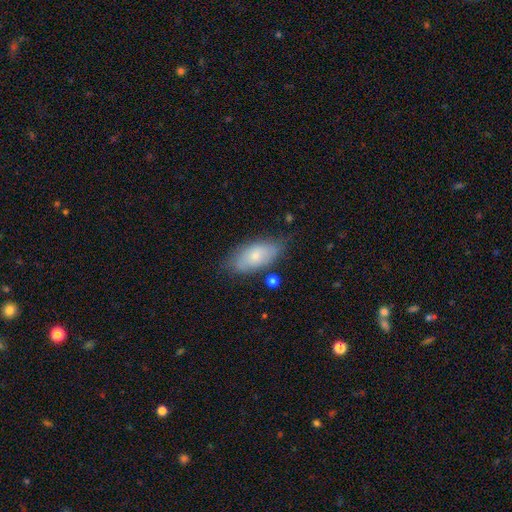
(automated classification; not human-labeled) Q: Smooth or featured?
A: smooth (73%); runner-up: featured or disk (21%)
Q: How rounded?
A: in between (89%); runner-up: cigar-shaped (8%)
Q: Merging?
A: none (70%); runner-up: minor disturbance (22%)